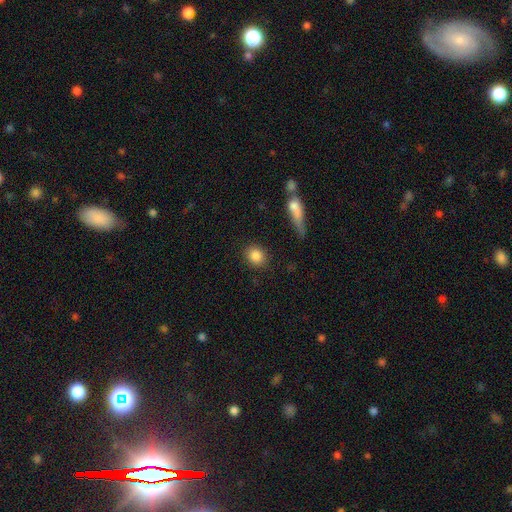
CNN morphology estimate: type=smooth (86%); roundness=round (74%); merging=none (86%).